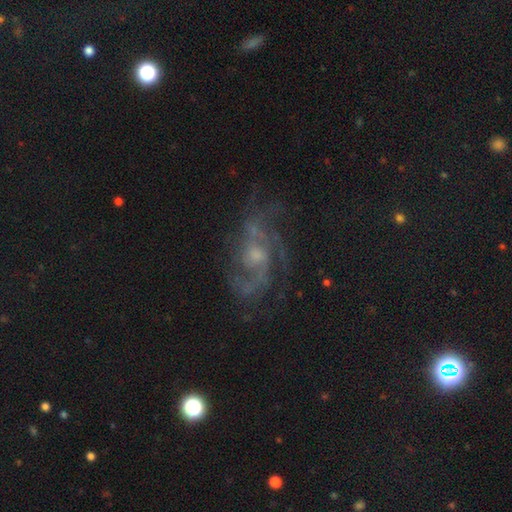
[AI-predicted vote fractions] smooth-or-featured: featured or disk: 86% | star or artifact: 7% | smooth: 7%
  disk-edge-on: no: 97% | yes: 3%
    bar: no: 64% | weak: 31% | strong: 5%
    has-spiral-arms: yes: 93% | no: 7%
      spiral-winding: medium: 51% | loose: 26% | tight: 24%
      spiral-arm-count: 2: 40% | 3: 21% | can't tell: 20% | 4: 7% | 1: 6% | more than 4: 5%
    bulge-size: moderate: 46% | small: 40% | none: 7% | large: 5% | dominant: 1%
  merging: none: 60% | major disturbance: 19% | minor disturbance: 19% | merger: 2%